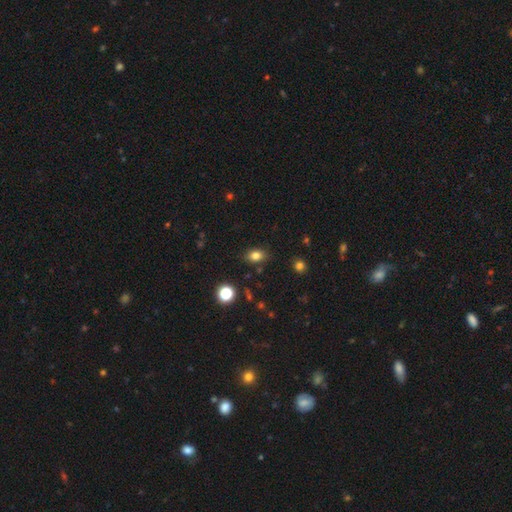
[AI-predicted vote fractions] This appears to be a smooth galaxy with no disk features (80%) that is in between round and cigar-shaped (71%). Merging: none (83%).